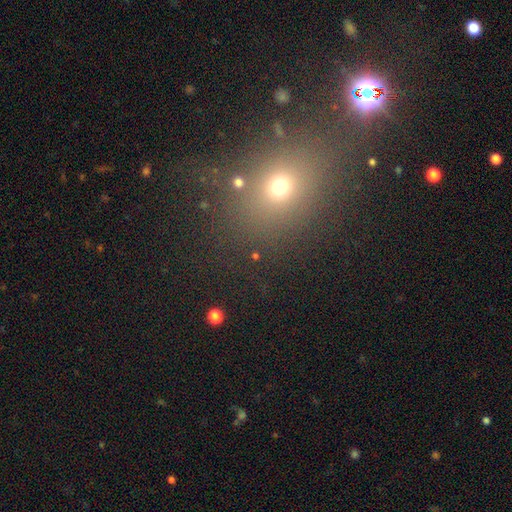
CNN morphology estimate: Smooth or featured? Predicted: smooth (p=0.51). How rounded? Predicted: round (p=0.68). Merging? Predicted: none (p=0.77).